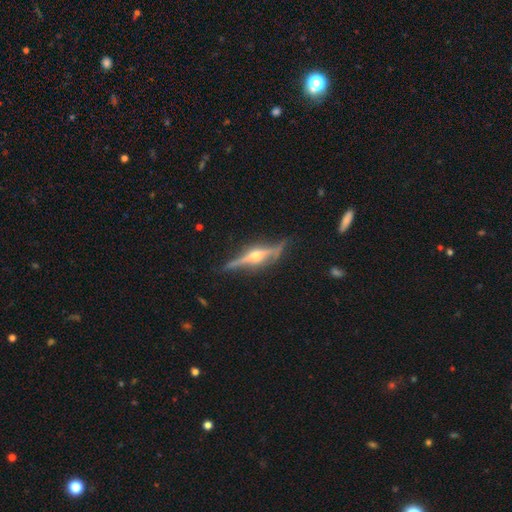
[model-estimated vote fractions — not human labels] A featured or disk galaxy (85%) viewed edge-on (96%) with a rounded central bulge (93%). Merging: none (82%).